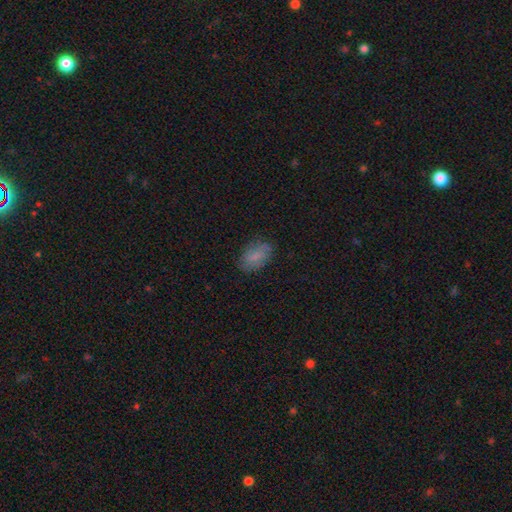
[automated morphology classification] This is likely a smooth galaxy (76%). How rounded: clearly in between (91%). Merging: likely none (77%).